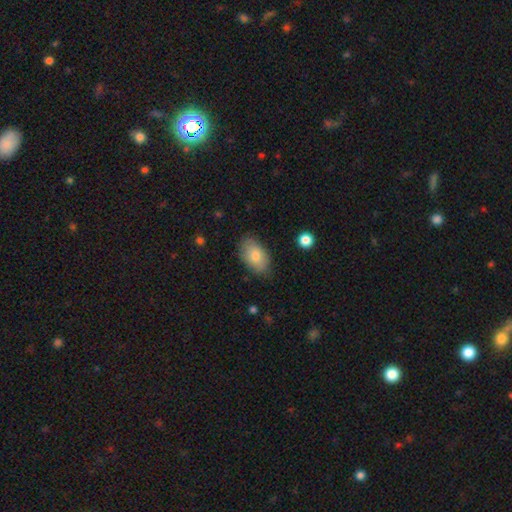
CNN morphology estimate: smooth 78%, featured or disk 15%, star or artifact 6%. Down the decision tree: how rounded — in between (92%); merging — none (80%).